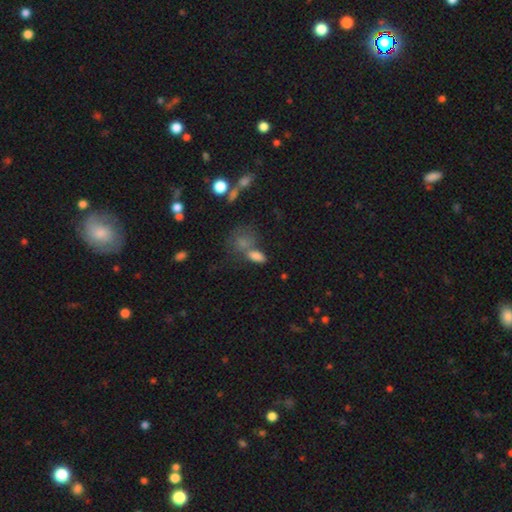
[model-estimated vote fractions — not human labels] Smooth or featured: smooth — 78% (star or artifact — 12%)
How rounded: in between — 82% (cigar-shaped — 10%)
Merging: none — 43% (merger — 35%)